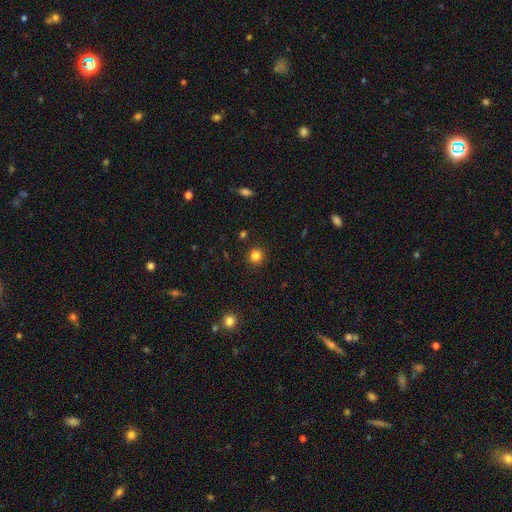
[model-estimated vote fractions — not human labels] This appears to be a smooth galaxy with no disk features (83%) that is round (93%). Merging: none (91%).